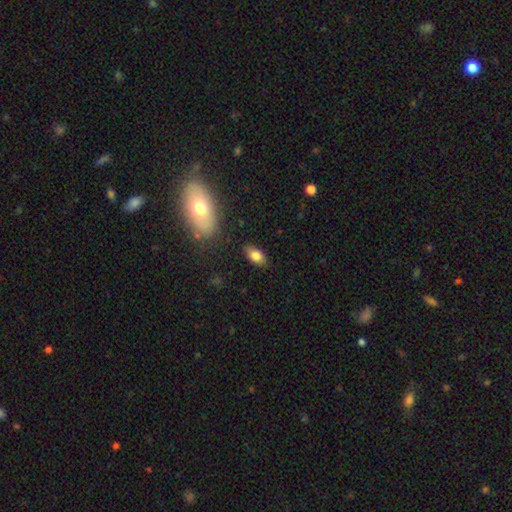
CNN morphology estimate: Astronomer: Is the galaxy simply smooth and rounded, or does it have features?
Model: smooth — 81%.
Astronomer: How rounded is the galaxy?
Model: in between — 90%.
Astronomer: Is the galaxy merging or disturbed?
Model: none — 83%.